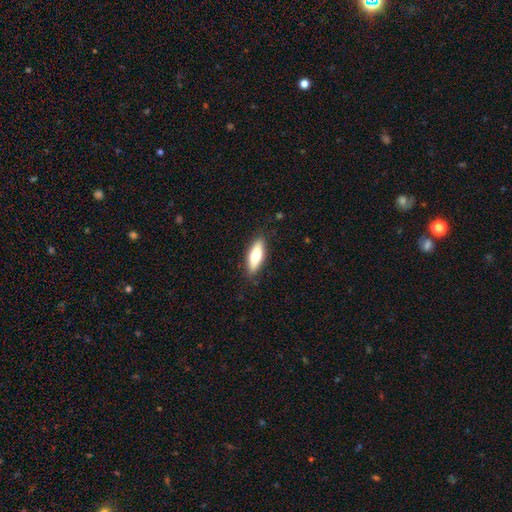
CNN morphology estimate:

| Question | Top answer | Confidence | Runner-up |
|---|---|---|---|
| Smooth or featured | smooth | 68% | featured or disk (26%) |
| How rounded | in between | 62% | cigar-shaped (35%) |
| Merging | none | 87% | minor disturbance (10%) |